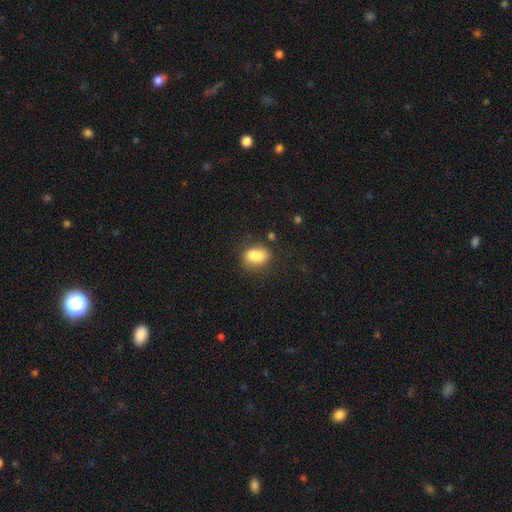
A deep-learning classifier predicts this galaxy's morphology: A smooth galaxy with no disk features (72%) that is round (50%).

Vote fractions:
- Smooth or featured? smooth: 72% / featured or disk: 18% / star or artifact: 10%
- How rounded? round: 50% / in between: 49% / cigar-shaped: 1%
- Merging? merger: 48% / none: 36% / minor disturbance: 12% / major disturbance: 5%